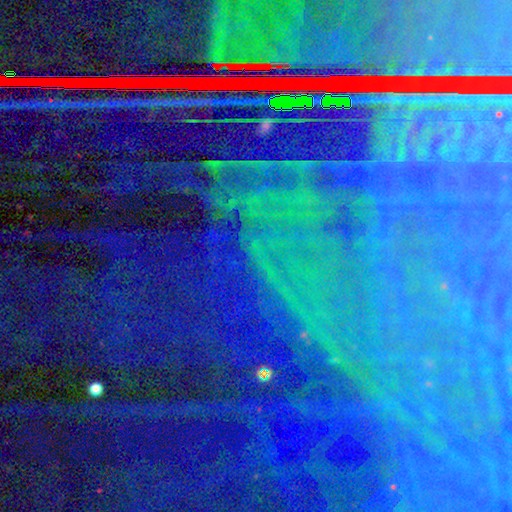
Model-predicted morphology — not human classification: Q: Smooth or featured?
A: star or artifact (84%); runner-up: featured or disk (8%)